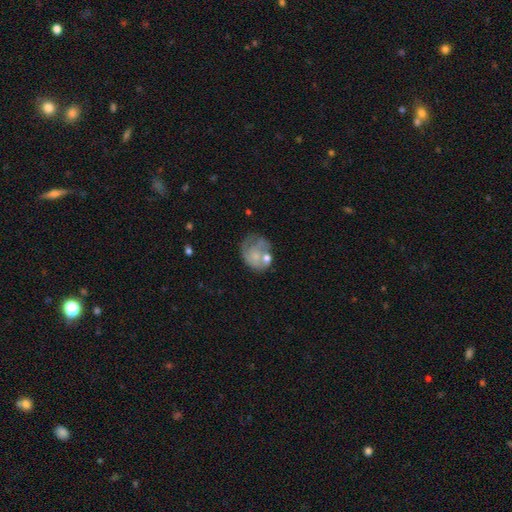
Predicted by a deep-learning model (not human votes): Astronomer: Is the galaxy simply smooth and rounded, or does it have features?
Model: featured or disk — 50% (runner-up: smooth, 41%).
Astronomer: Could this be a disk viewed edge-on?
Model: no — 98%.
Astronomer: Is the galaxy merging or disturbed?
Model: none — 38% (runner-up: minor disturbance, 23%).